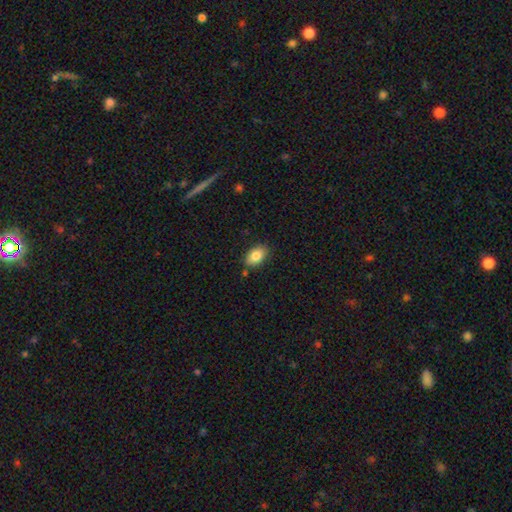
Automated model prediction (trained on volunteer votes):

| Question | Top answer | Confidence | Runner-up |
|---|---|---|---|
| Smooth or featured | smooth | 83% | featured or disk (9%) |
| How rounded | in between | 89% | round (9%) |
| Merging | none | 82% | minor disturbance (12%) |